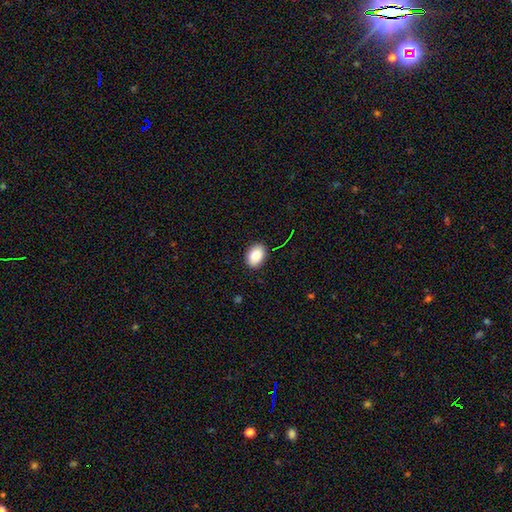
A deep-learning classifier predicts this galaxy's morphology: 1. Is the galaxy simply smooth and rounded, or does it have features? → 86% smooth, 8% star or artifact, 7% featured or disk.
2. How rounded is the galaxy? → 80% in between, 19% round, 1% cigar-shaped.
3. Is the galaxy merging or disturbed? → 88% none, 9% minor disturbance, 2% major disturbance, 1% merger.